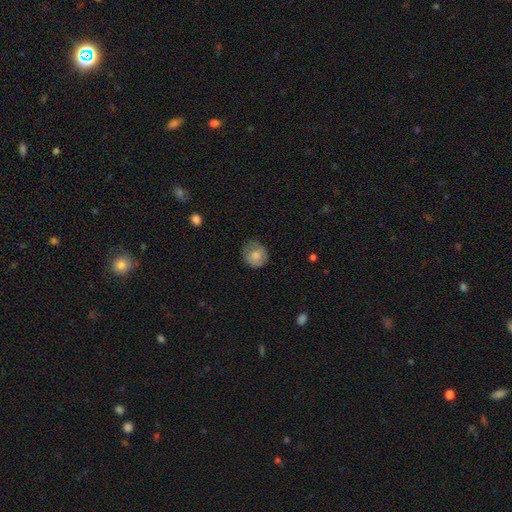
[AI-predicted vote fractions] smooth-or-featured: smooth: 77% | featured or disk: 16% | star or artifact: 7%
  how-rounded: round: 88% | in between: 11% | cigar-shaped: 1%
  merging: none: 74% | minor disturbance: 19% | major disturbance: 5% | merger: 1%